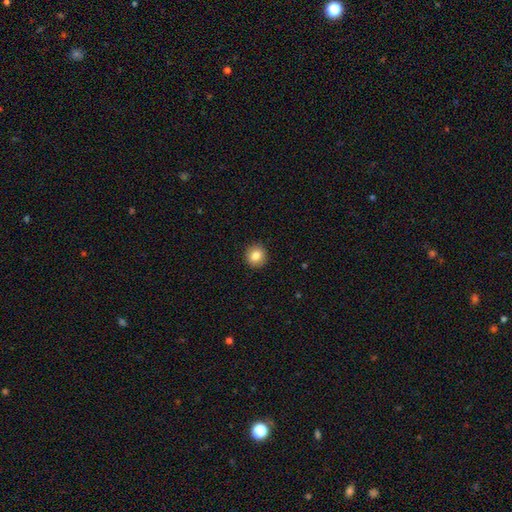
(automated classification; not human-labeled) Overall: smooth (84%). How rounded: round (90%). Merging: none (92%).